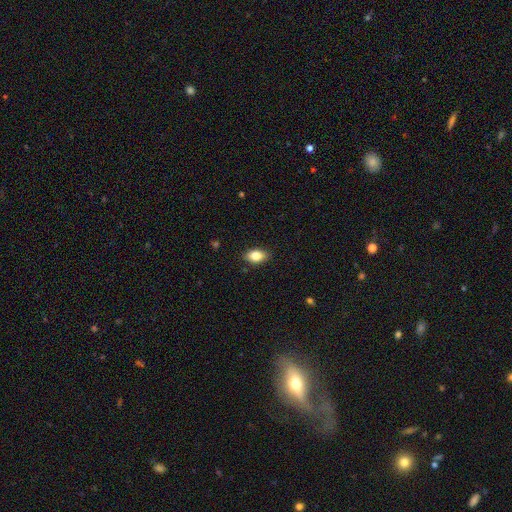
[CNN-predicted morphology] smooth 83%, featured or disk 9%, star or artifact 8%. Down the decision tree: how rounded — in between (88%); merging — none (87%).